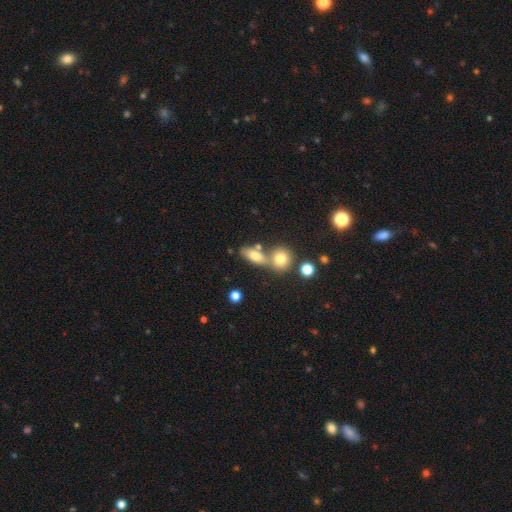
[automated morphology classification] A smooth galaxy with no disk features (71%) that is in between round and cigar-shaped (68%).

Vote fractions:
- Smooth or featured? smooth: 71% / featured or disk: 19% / star or artifact: 10%
- How rounded? in between: 68% / cigar-shaped: 17% / round: 16%
- Merging? none: 49% / merger: 36% / minor disturbance: 10% / major disturbance: 4%